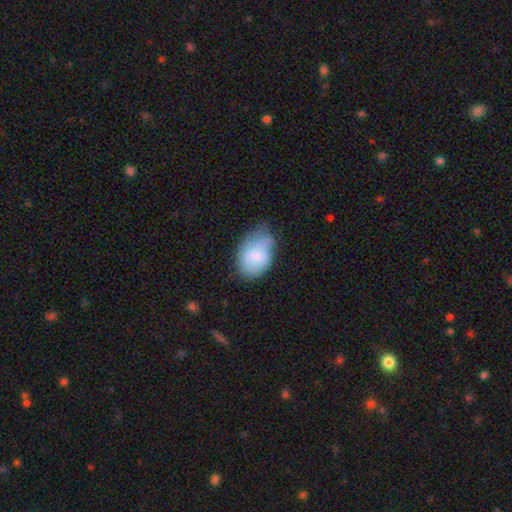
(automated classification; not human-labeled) Smooth or featured?
  - smooth: 73% *
  - featured or disk: 20%
  - star or artifact: 7%
How rounded?
  - in between: 83% *
  - round: 16%
  - cigar-shaped: 1%
Merging?
  - minor disturbance: 47% *
  - none: 31%
  - major disturbance: 19%
  - merger: 3%